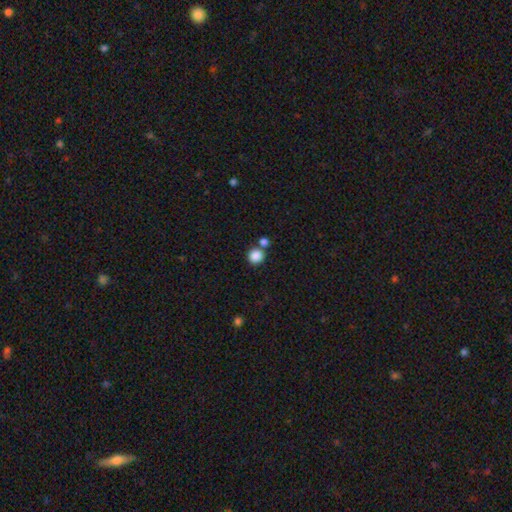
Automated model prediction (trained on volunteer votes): Q: Smooth or featured?
A: smooth (86%); runner-up: star or artifact (10%)
Q: How rounded?
A: round (90%); runner-up: in between (9%)
Q: Merging?
A: none (67%); runner-up: merger (22%)